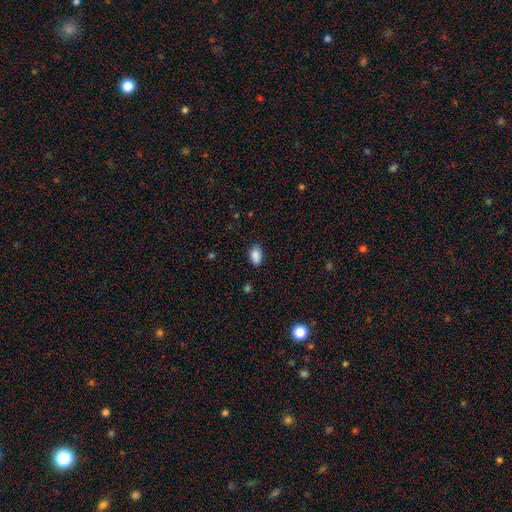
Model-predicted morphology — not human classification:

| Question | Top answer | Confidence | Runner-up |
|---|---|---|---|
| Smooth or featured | smooth | 88% | star or artifact (8%) |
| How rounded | in between | 91% | round (8%) |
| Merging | none | 83% | minor disturbance (13%) |